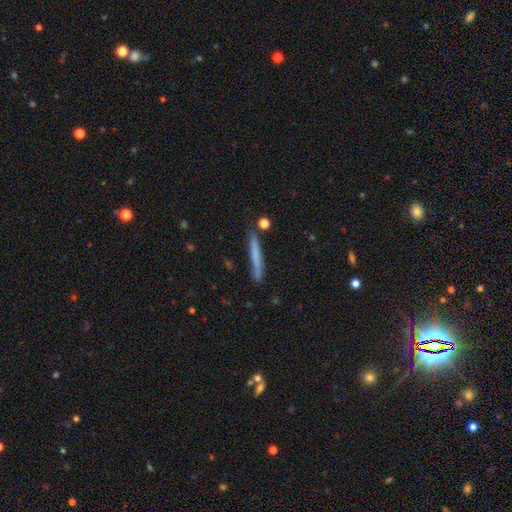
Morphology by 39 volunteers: Q: Smooth or featured?
A: smooth (56%); runner-up: featured or disk (38%)
Q: How rounded?
A: cigar-shaped (100%)
Q: Merging?
A: none (65%); runner-up: minor disturbance (30%)